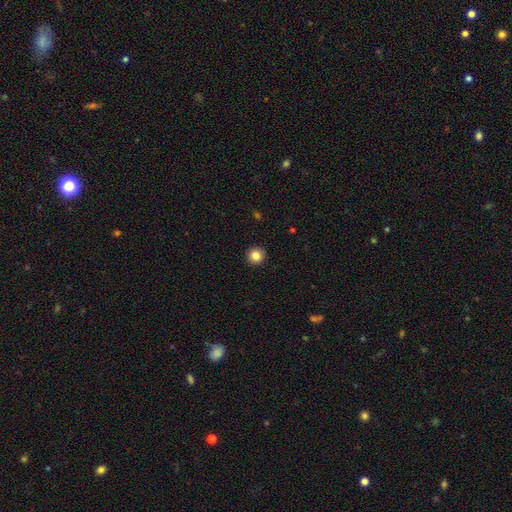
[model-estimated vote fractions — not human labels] smooth_or_featured: smooth (p=0.85) [alt: star or artifact p=0.10]
how_rounded: round (p=0.95) [alt: in between p=0.04]
merging: none (p=0.93) [alt: minor disturbance p=0.04]